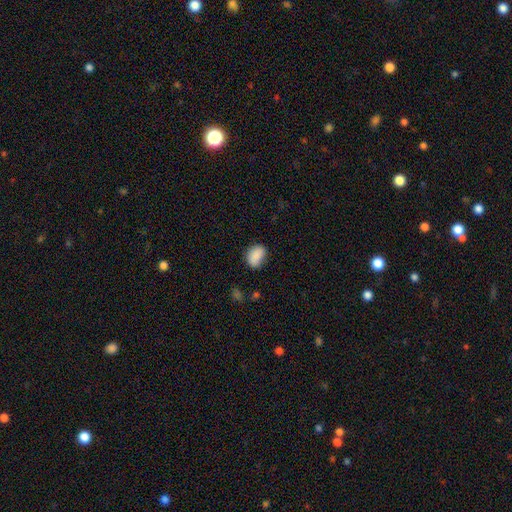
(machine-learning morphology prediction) The model was most divided on "merging": none: 74%, minor disturbance: 20%, major disturbance: 4%, merger: 2%. More confident: smooth or featured — smooth (88%); how rounded — in between (79%).